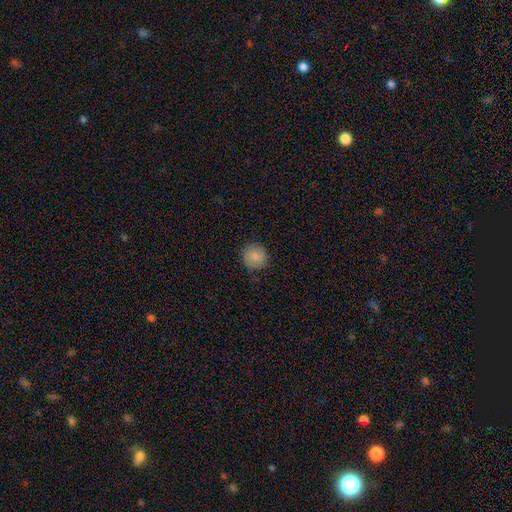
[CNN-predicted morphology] smooth-or-featured: smooth: 85% | star or artifact: 8% | featured or disk: 7%
  how-rounded: round: 92% | in between: 7% | cigar-shaped: 1%
  merging: none: 84% | minor disturbance: 12% | major disturbance: 3% | merger: 1%